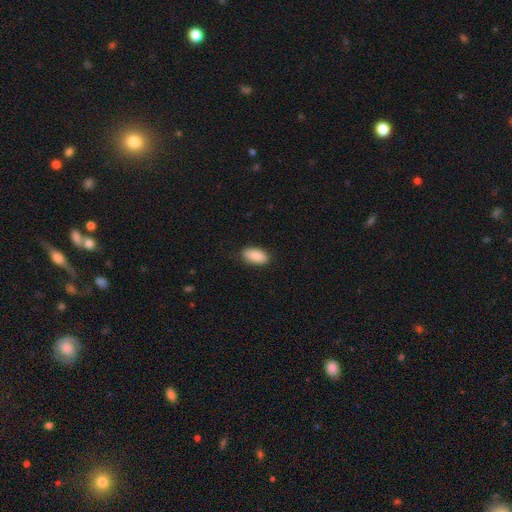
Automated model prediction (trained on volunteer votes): Q: Smooth or featured?
A: smooth (90%); runner-up: star or artifact (6%)
Q: How rounded?
A: in between (94%); runner-up: cigar-shaped (4%)
Q: Merging?
A: none (85%); runner-up: minor disturbance (12%)